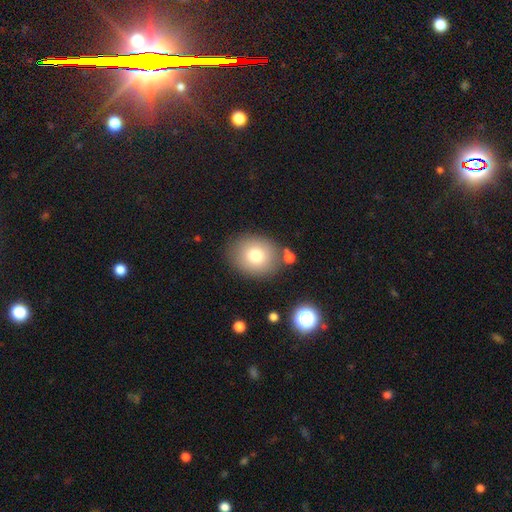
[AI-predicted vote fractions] Morphology: type=smooth (76%); roundness=round (60%); merging=none (80%).